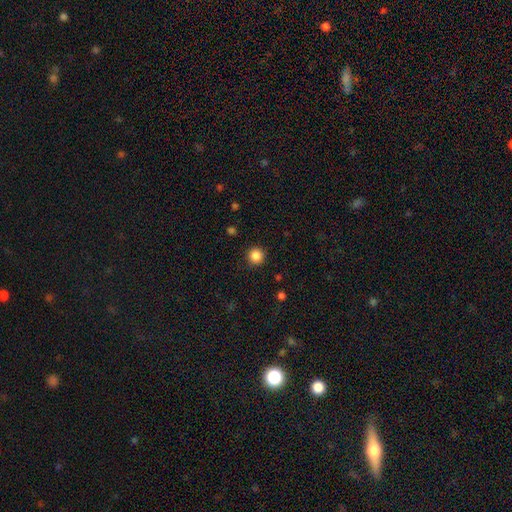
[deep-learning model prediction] Q: Smooth or featured?
A: smooth (86%); runner-up: star or artifact (11%)
Q: How rounded?
A: round (95%); runner-up: in between (4%)
Q: Merging?
A: none (92%); runner-up: minor disturbance (5%)